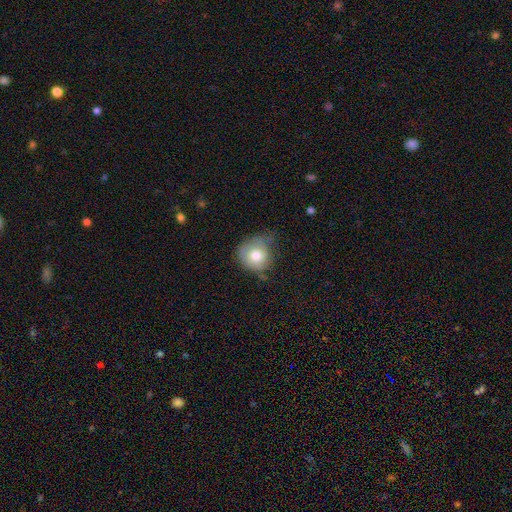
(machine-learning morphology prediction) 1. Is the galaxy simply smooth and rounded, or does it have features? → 72% smooth, 19% featured or disk, 8% star or artifact.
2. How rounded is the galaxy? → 85% round, 14% in between, 1% cigar-shaped.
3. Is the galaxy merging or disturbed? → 45% none, 38% minor disturbance, 14% major disturbance, 3% merger.